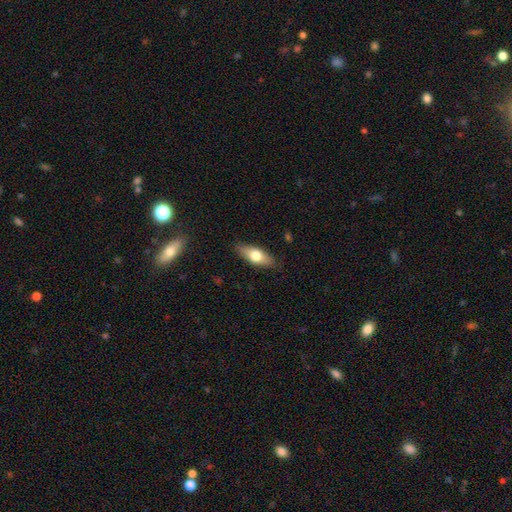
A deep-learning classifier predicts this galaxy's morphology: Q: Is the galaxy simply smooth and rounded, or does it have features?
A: smooth — 64%.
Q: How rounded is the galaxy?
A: in between — 73%.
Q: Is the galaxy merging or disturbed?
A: none — 84%.